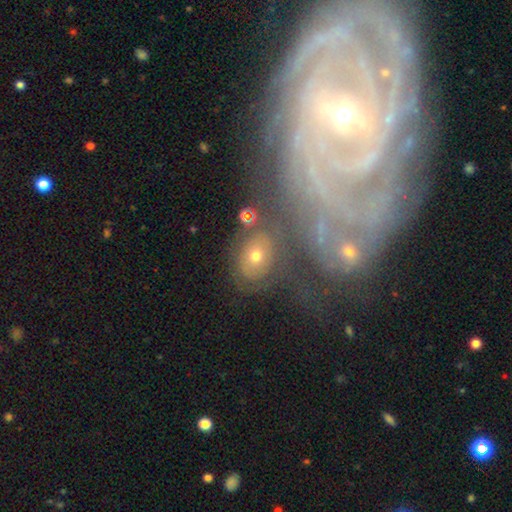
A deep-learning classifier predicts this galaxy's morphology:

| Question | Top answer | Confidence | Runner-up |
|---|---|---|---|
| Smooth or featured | featured or disk | 43% | smooth (42%) |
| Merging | none | 67% | minor disturbance (15%) |